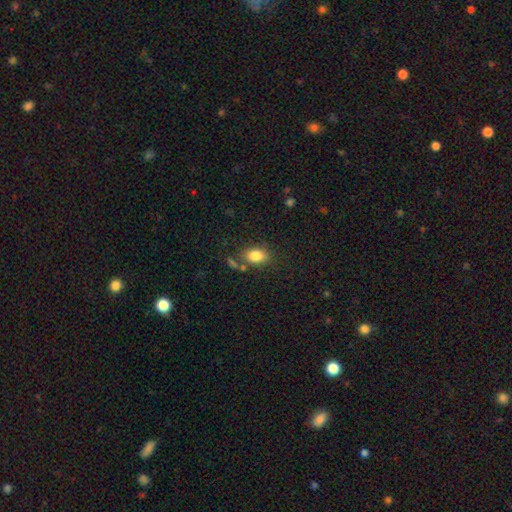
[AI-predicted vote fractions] Overall: smooth (83%). How rounded: in between (80%). Merging: none (69%).